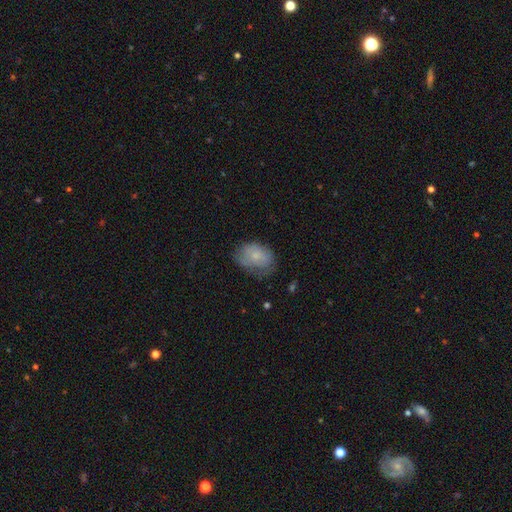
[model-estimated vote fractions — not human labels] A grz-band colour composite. It shows a smooth galaxy with no disk features (67%) that is in between round and cigar-shaped (75%). Merging: none (54%).